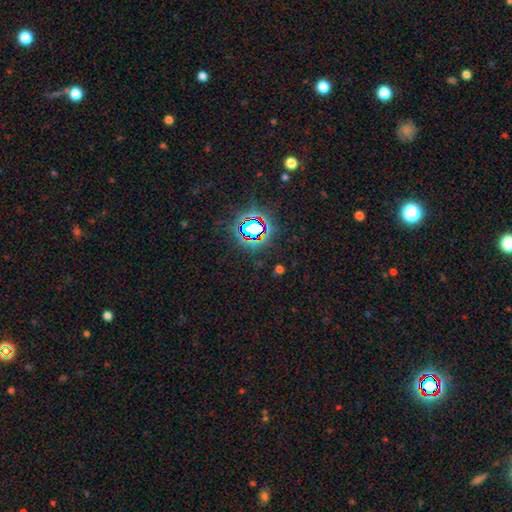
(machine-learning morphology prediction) Smooth or featured? star or artifact (80%)